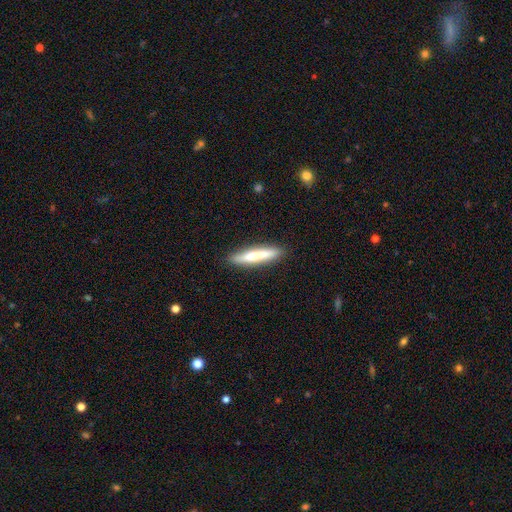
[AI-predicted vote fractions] A smooth galaxy with no disk features (66%) that is cigar-shaped (90%).

Vote fractions:
- Smooth or featured? smooth: 66% / featured or disk: 28% / star or artifact: 6%
- How rounded? cigar-shaped: 90% / in between: 9% / round: 1%
- Merging? none: 89% / minor disturbance: 8% / major disturbance: 2% / merger: 1%